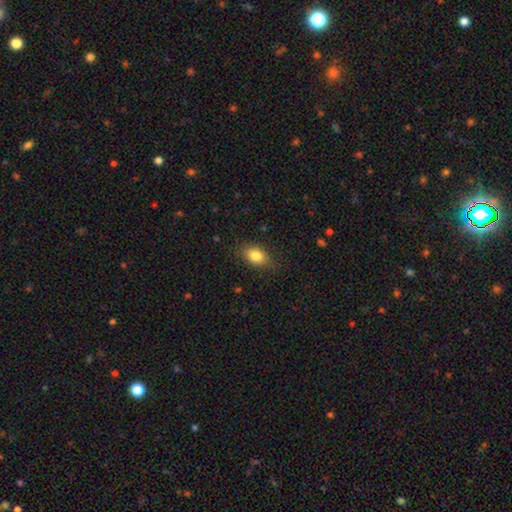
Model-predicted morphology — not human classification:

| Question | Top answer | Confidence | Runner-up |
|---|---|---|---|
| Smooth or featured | smooth | 84% | star or artifact (8%) |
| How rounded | in between | 82% | round (16%) |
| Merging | none | 83% | minor disturbance (12%) |